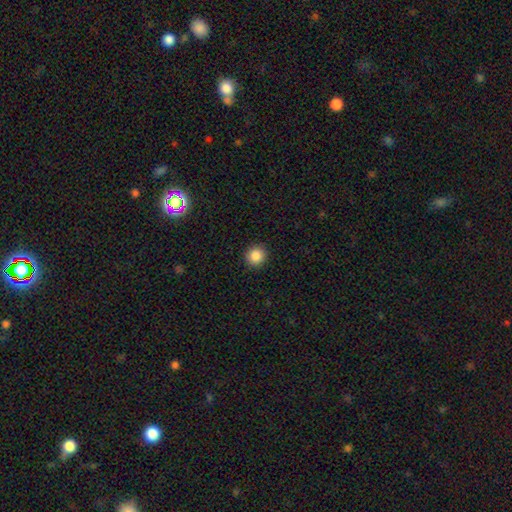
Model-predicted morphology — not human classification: This is clearly a smooth galaxy (86%). How rounded: clearly round (92%). Merging: clearly none (92%).